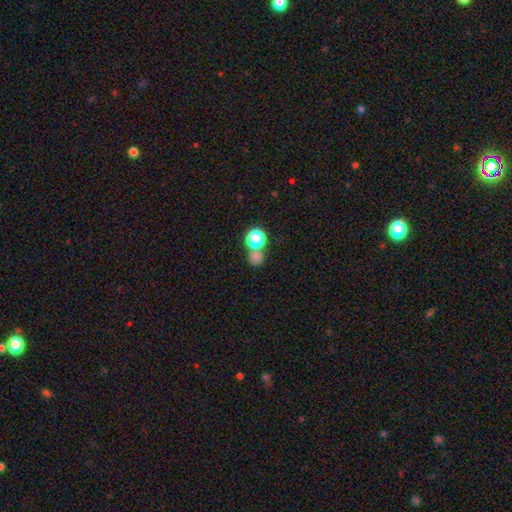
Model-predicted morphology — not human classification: This is likely a smooth galaxy (69%). How rounded: clearly round (81%). Merging: possibly none (51%).